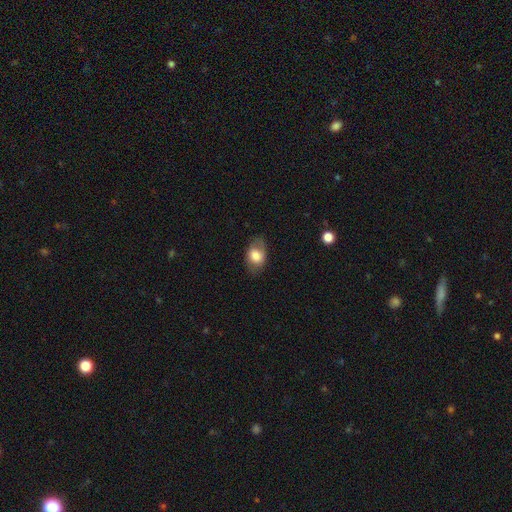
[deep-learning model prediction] Smooth or featured? Predicted: smooth (p=0.72). How rounded? Predicted: in between (p=0.82). Merging? Predicted: none (p=0.71).